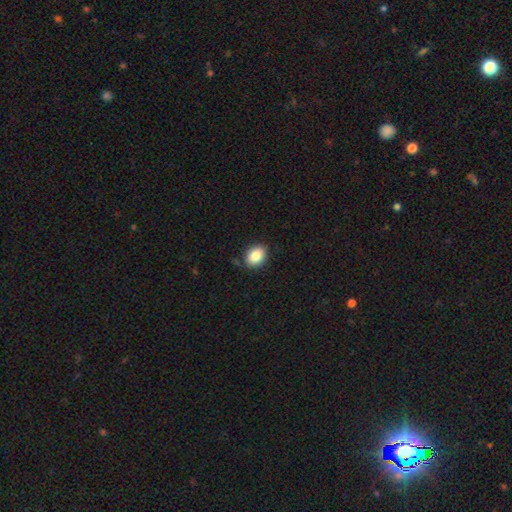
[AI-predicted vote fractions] A smooth galaxy with no disk features (86%) that is in between round and cigar-shaped (64%). Merging: none (86%).